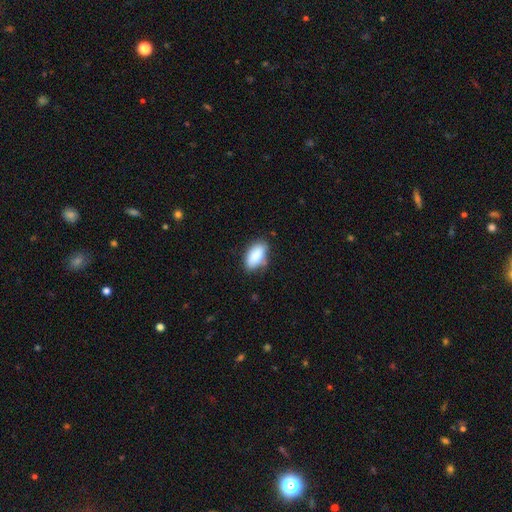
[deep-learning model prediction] A smooth galaxy with no disk features (86%) that is in between round and cigar-shaped (91%). Merging: none (74%).